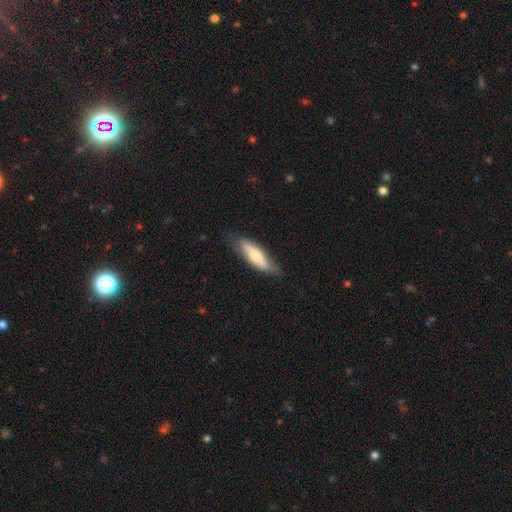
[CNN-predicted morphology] A smooth galaxy with no disk features (58%) that is cigar-shaped (56%).

Vote fractions:
- Smooth or featured? smooth: 58% / featured or disk: 36% / star or artifact: 6%
- How rounded? cigar-shaped: 56% / in between: 42% / round: 2%
- Merging? none: 72% / minor disturbance: 22% / major disturbance: 5% / merger: 2%